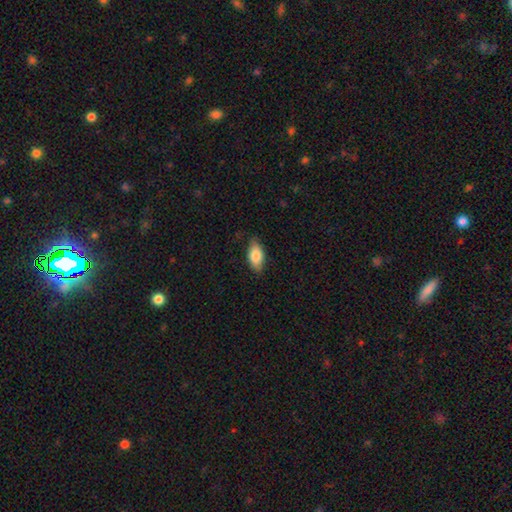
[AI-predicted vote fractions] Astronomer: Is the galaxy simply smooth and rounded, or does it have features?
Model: smooth — 81%.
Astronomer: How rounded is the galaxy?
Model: in between — 91%.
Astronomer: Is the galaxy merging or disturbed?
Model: none — 81%.